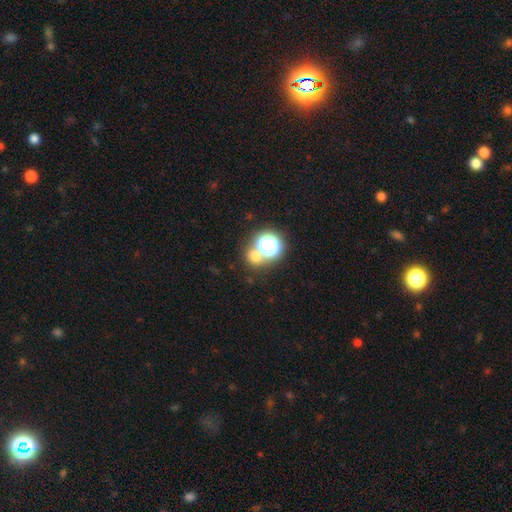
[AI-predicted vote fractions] smooth-or-featured: smooth: 61% | star or artifact: 30% | featured or disk: 9%
  how-rounded: round: 84% | in between: 15% | cigar-shaped: 1%
  merging: none: 60% | merger: 28% | minor disturbance: 7% | major disturbance: 4%